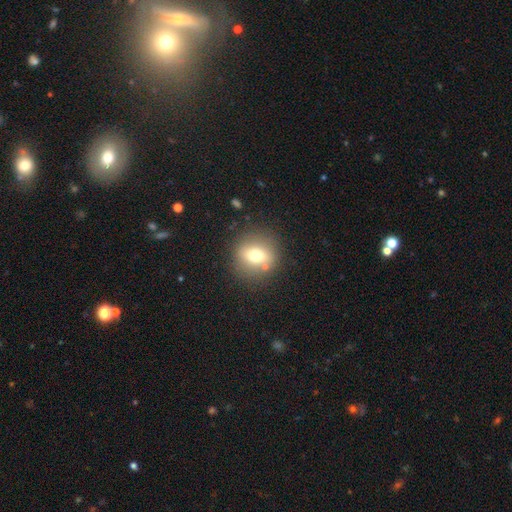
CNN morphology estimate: smooth_or_featured: smooth (p=0.66) [alt: featured or disk p=0.22]
how_rounded: round (p=0.85) [alt: in between p=0.14]
merging: none (p=0.81) [alt: minor disturbance p=0.10]